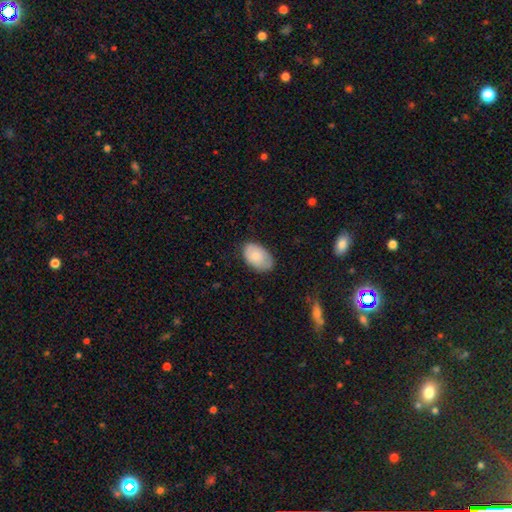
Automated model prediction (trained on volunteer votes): Smooth or featured? smooth (77%)
How rounded? in between (92%)
Merging? none (74%)